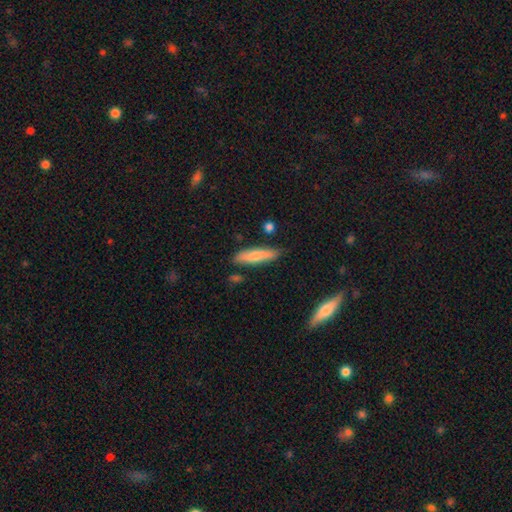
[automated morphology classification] type=smooth (74%); roundness=cigar-shaped (75%); merging=none (81%).